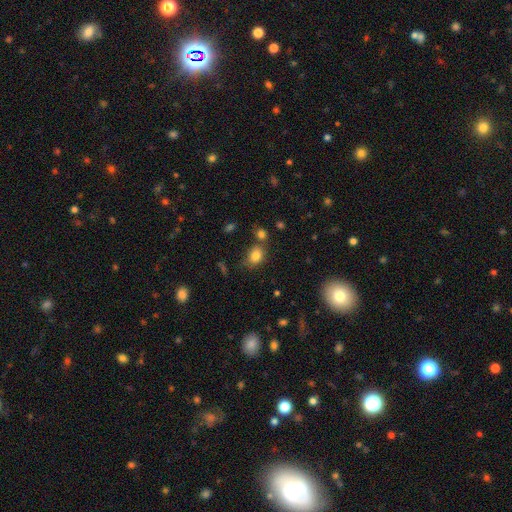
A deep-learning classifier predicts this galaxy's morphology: A smooth galaxy with no disk features (82%) that is in between round and cigar-shaped (59%). Merging: none (65%).